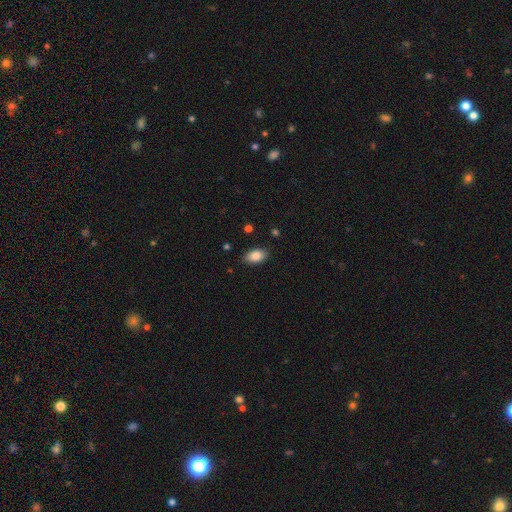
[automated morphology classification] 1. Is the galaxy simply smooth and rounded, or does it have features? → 85% smooth, 8% star or artifact, 7% featured or disk.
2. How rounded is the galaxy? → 92% in between, 5% round, 3% cigar-shaped.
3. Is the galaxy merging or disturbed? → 86% none, 11% minor disturbance, 2% major disturbance, 1% merger.